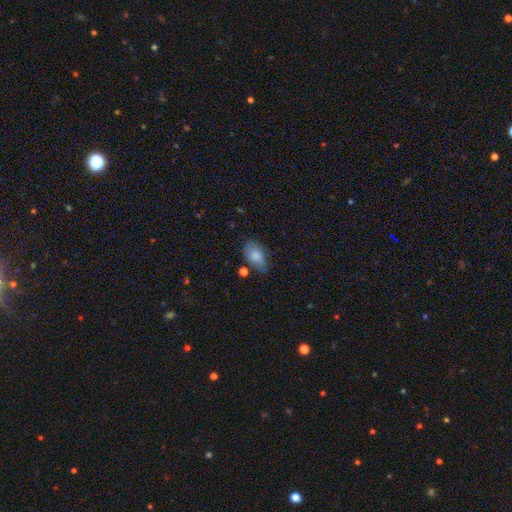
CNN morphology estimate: This is clearly a smooth galaxy (82%). How rounded: clearly in between (90%). Merging: possibly none (58%).